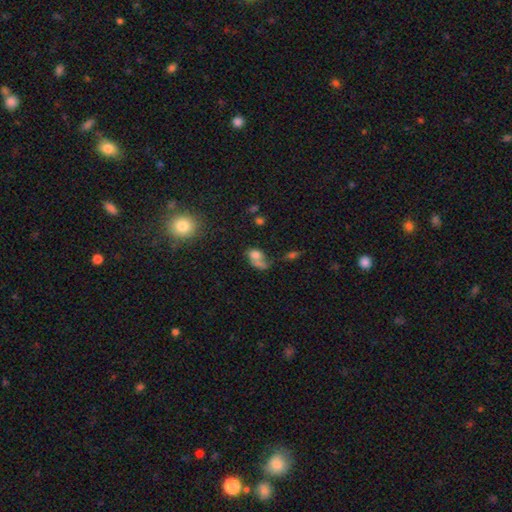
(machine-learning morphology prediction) Smooth or featured: smooth — 66% (featured or disk — 19%)
How rounded: in between — 67% (round — 30%)
Merging: merger — 37% (none — 27%)